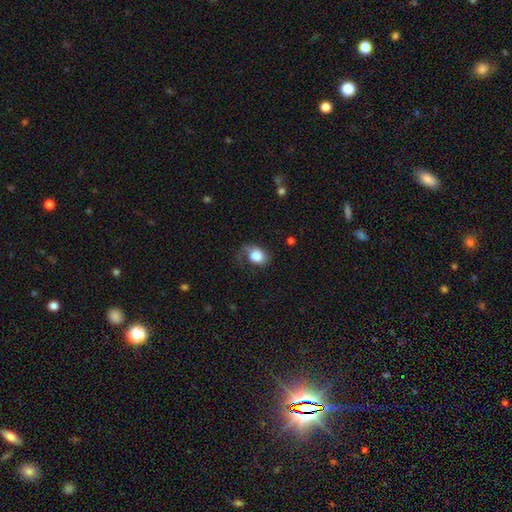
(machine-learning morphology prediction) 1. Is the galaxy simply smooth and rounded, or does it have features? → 73% smooth, 20% featured or disk, 8% star or artifact.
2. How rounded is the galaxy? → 57% in between, 42% round, 1% cigar-shaped.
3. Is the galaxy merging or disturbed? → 37% none, 34% major disturbance, 26% minor disturbance, 3% merger.